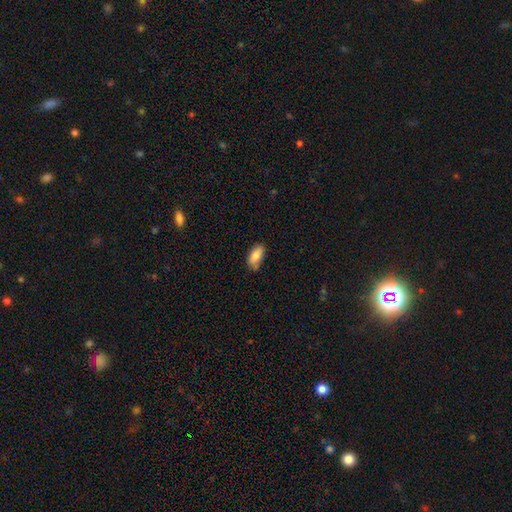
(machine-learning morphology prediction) A smooth galaxy with no disk features (85%) that is in between round and cigar-shaped (89%). Merging: none (69%).